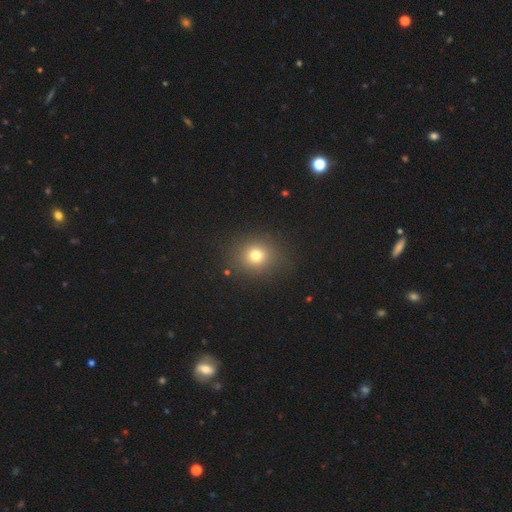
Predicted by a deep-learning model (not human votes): Smooth or featured? smooth (74%)
How rounded? round (77%)
Merging? none (87%)